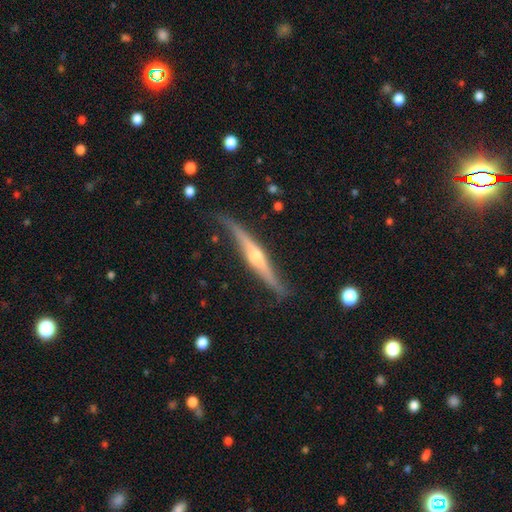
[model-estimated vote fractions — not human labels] Overall: featured or disk (78%). Edge-on disk: yes (95%). Edge-on bulge: rounded (84%). Merging: none (75%).